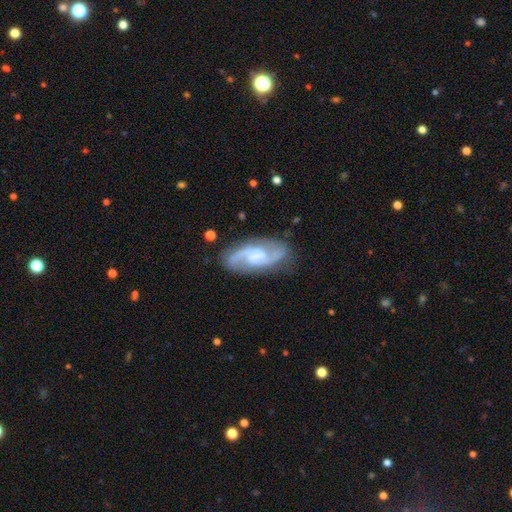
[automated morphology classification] Smooth or featured? featured or disk (84%)
Edge-on disk? no (95%)
Bar? weak (46%)
Spiral arms? yes (97%)
Spiral winding? medium (52%)
Spiral arm count? 2 (88%)
Bulge size? small (36%)
Merging? none (78%)